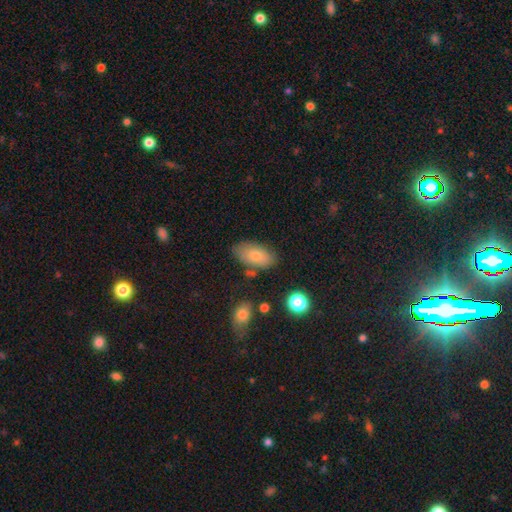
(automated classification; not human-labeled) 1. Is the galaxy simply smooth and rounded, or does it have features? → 76% smooth, 15% featured or disk, 9% star or artifact.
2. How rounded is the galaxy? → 92% in between, 4% round, 4% cigar-shaped.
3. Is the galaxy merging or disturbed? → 76% none, 15% minor disturbance, 5% merger, 4% major disturbance.